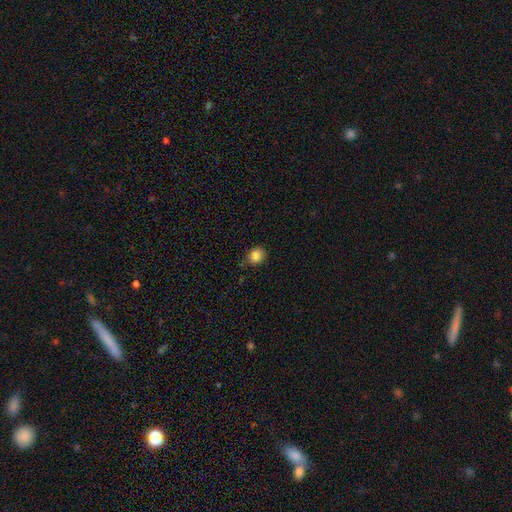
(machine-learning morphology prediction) This appears to be a smooth galaxy with no disk features (85%) that is round (78%). Merging: none (87%).